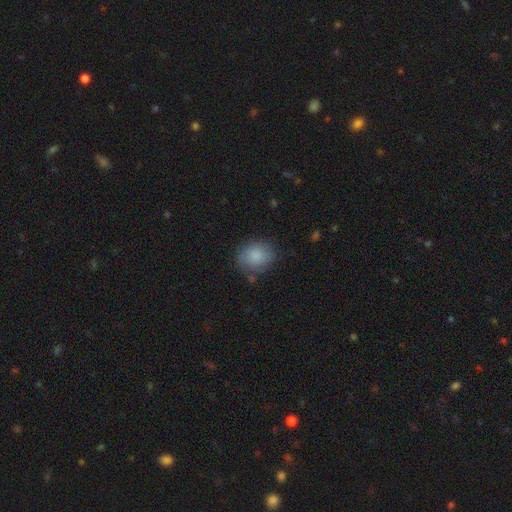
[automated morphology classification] type=smooth (86%); roundness=round (66%); merging=none (74%).